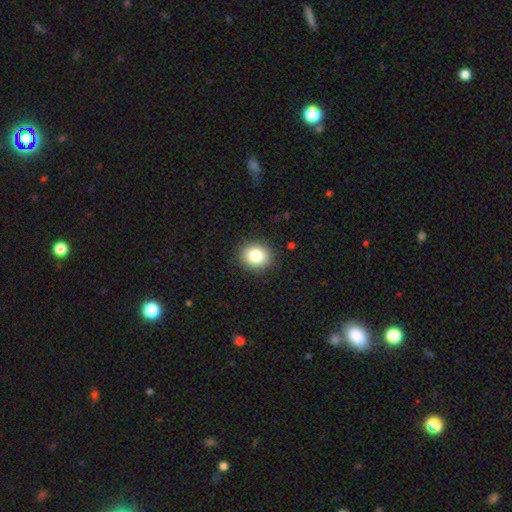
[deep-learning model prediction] smooth 82%, star or artifact 10%, featured or disk 7%. Down the decision tree: how rounded — round (76%); merging — none (91%).